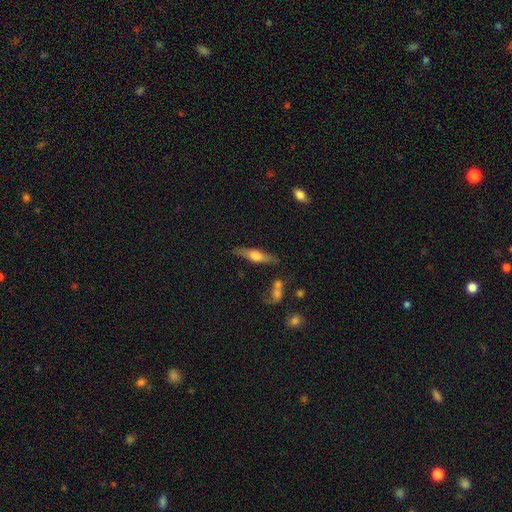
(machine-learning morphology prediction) smooth-or-featured: featured or disk: 57% | smooth: 37% | star or artifact: 6%
  disk-edge-on: yes: 92% | no: 8%
    edge-on-bulge: rounded: 87% | boxy: 9% | none: 4%
  merging: none: 81% | minor disturbance: 12% | merger: 4% | major disturbance: 3%